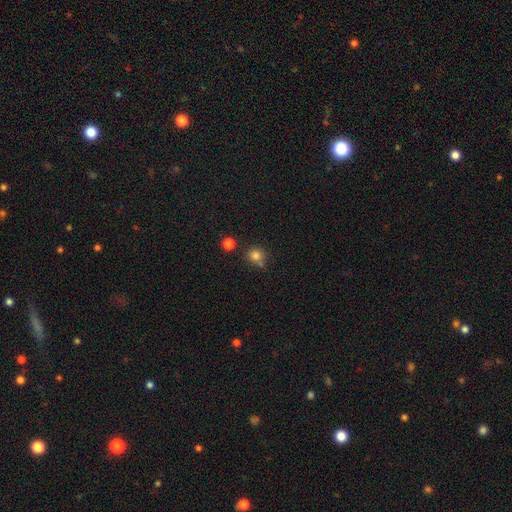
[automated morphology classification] smooth-or-featured: smooth: 80% | star or artifact: 13% | featured or disk: 6%
  how-rounded: round: 89% | in between: 10% | cigar-shaped: 1%
  merging: none: 68% | merger: 16% | minor disturbance: 12% | major disturbance: 4%